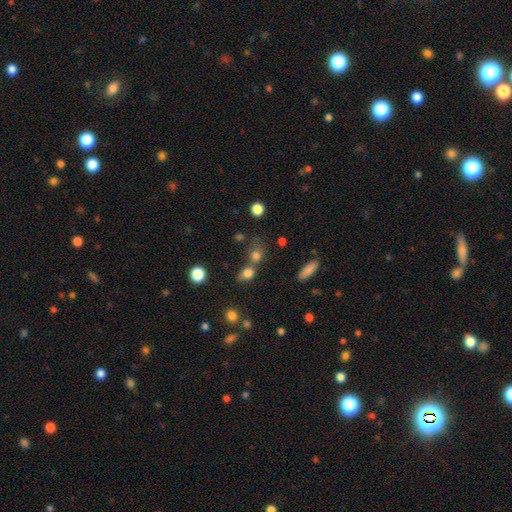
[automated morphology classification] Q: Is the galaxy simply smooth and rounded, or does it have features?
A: smooth — 57%.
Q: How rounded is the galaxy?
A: round — 66%.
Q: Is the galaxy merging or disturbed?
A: none — 57%.